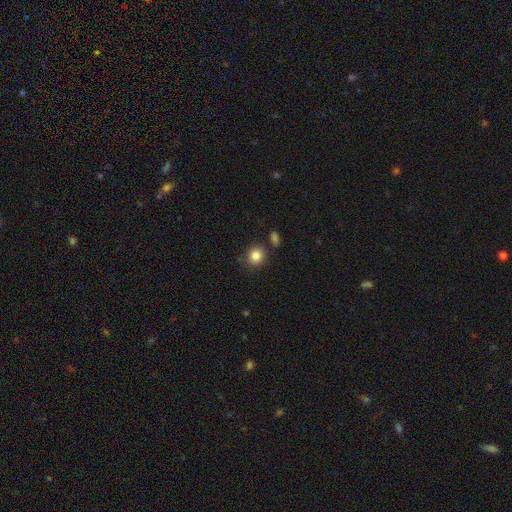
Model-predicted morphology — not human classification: A smooth galaxy with no disk features (85%) that is round (87%).

Vote fractions:
- Smooth or featured? smooth: 85% / star or artifact: 10% / featured or disk: 5%
- How rounded? round: 87% / in between: 12% / cigar-shaped: 1%
- Merging? none: 81% / minor disturbance: 10% / merger: 6% / major disturbance: 3%